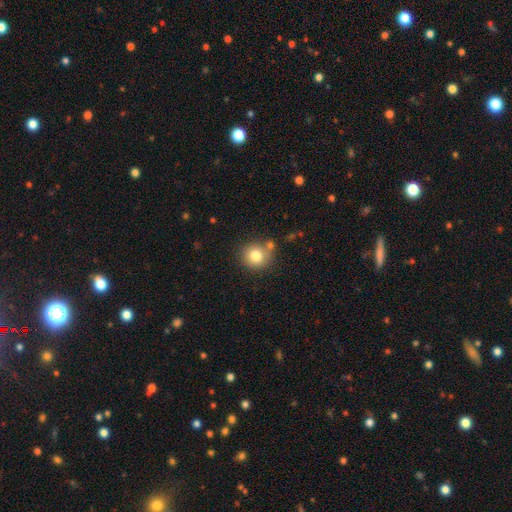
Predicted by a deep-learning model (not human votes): Smooth or featured? smooth (79%)
How rounded? round (89%)
Merging? none (73%)